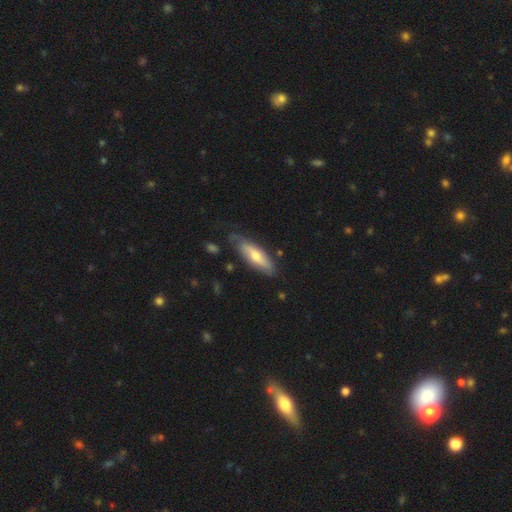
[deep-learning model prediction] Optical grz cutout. It shows a smooth galaxy with no disk features (49%). Merging: none (66%).